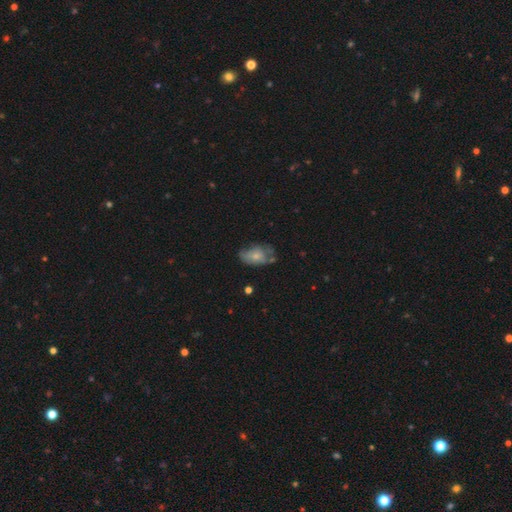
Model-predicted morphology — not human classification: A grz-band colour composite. It shows a smooth galaxy with no disk features (58%) that is in between round and cigar-shaped (88%). Merging: none (39%).